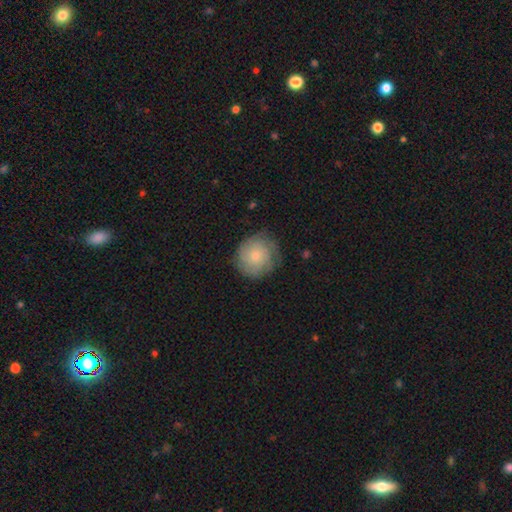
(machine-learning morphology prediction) A featured or disk galaxy (53%) with no bar (82%), spiral arms (89%) and a small central bulge (62%). Merging: none (78%).